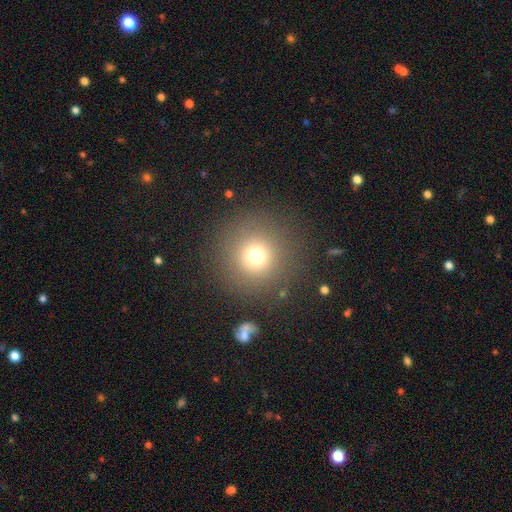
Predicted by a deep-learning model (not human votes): The model was most divided on "smooth or featured": smooth: 72%, star or artifact: 18%, featured or disk: 10%. More confident: how rounded — round (95%); merging — none (86%).